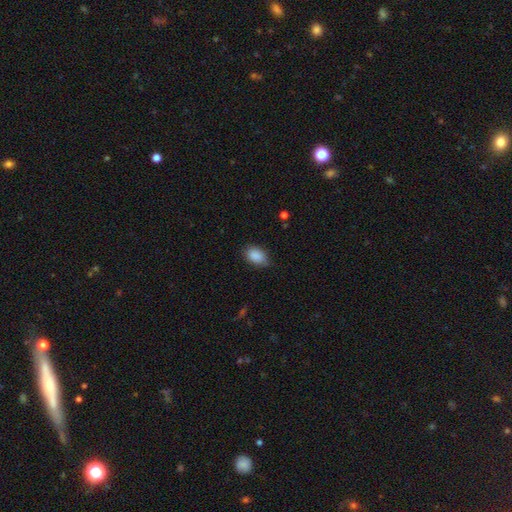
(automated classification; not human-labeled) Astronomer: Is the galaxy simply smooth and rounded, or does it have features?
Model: smooth — 89%.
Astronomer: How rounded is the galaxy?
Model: in between — 86%.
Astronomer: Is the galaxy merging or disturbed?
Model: none — 74%.